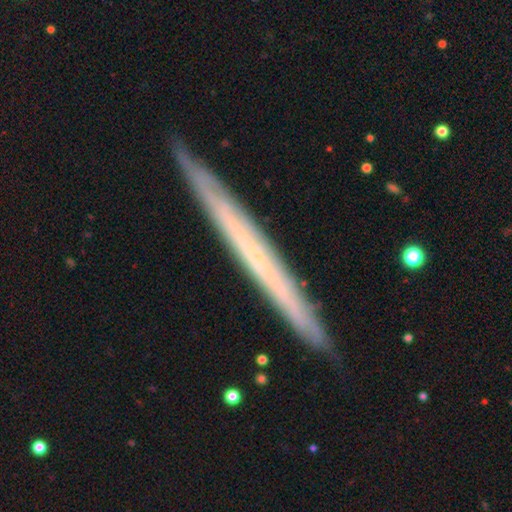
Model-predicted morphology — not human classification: Overall: featured or disk (63%; smooth 29%). Edge-on disk: yes (95%). Edge-on bulge: none (90%). Merging: none (89%).